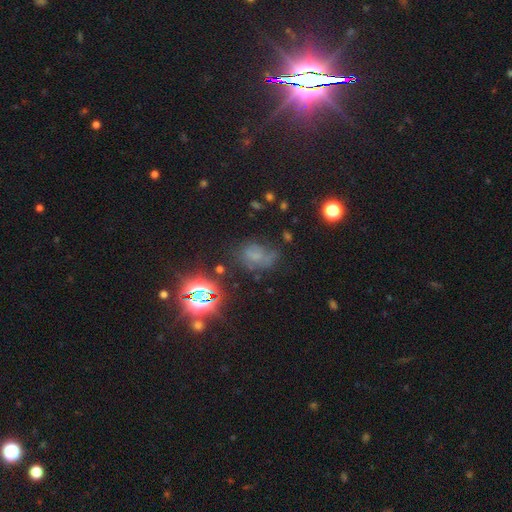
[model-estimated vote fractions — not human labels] Morphology: type=smooth (40%); merging=none (45%).